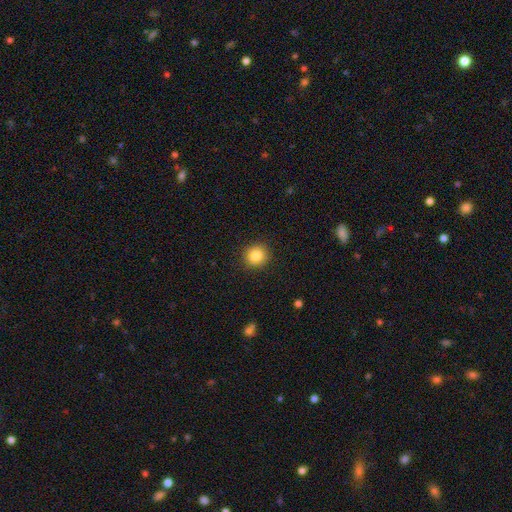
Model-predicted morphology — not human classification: This is clearly a smooth galaxy (85%). How rounded: clearly round (90%). Merging: clearly none (91%).